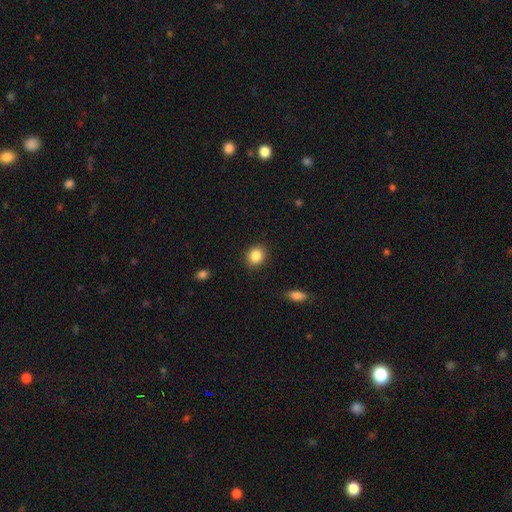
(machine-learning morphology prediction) This appears to be a smooth galaxy with no disk features (86%) that is round (76%). Merging: none (90%).